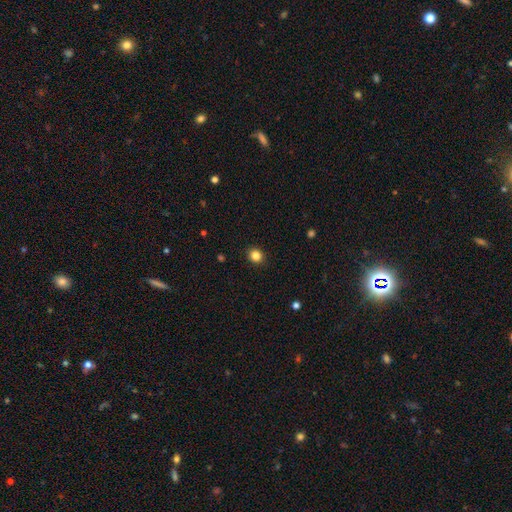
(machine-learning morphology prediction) This appears to be a smooth galaxy with no disk features (84%) that is round (81%). Merging: none (92%).